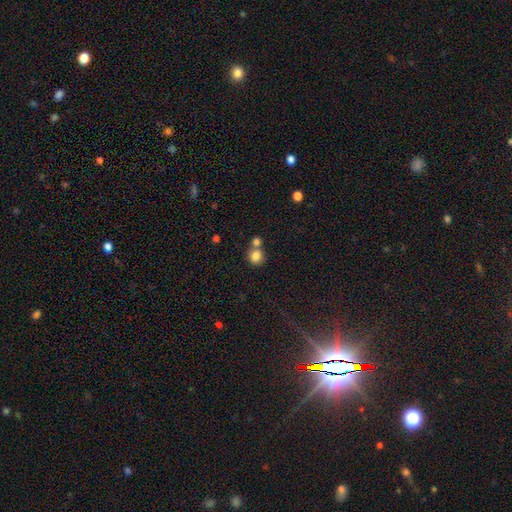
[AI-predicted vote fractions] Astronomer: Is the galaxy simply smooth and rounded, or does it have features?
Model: smooth — 83%.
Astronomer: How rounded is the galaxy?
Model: round — 86%.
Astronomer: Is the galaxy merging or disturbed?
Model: none — 53% (runner-up: merger, 37%).